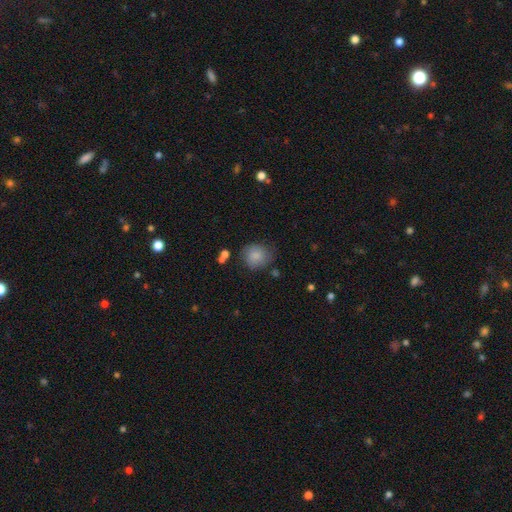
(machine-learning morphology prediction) smooth 82%, featured or disk 10%, star or artifact 8%. Down the decision tree: how rounded — round (80%); merging — none (70%).